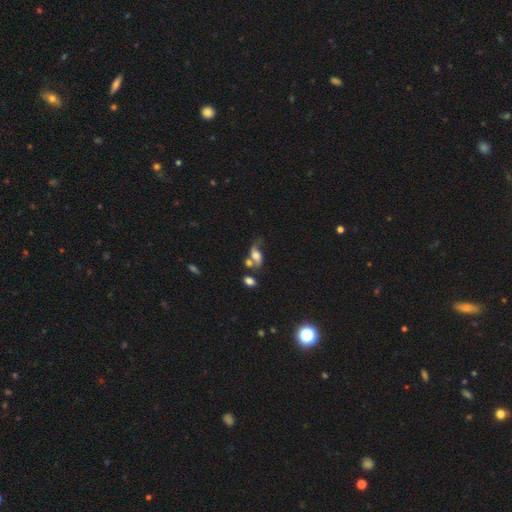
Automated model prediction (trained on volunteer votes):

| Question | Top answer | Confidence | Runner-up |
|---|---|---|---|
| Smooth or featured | featured or disk | 48% | smooth (40%) |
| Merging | merger | 31% | none (30%) |